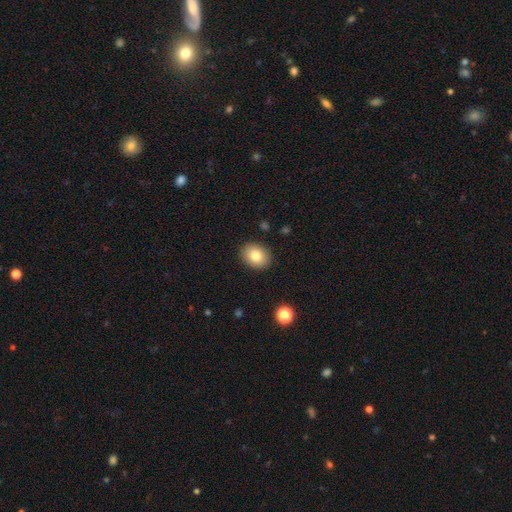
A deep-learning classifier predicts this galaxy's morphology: smooth-or-featured: smooth: 81% | featured or disk: 10% | star or artifact: 9%
  how-rounded: in between: 53% | round: 46% | cigar-shaped: 1%
  merging: none: 89% | minor disturbance: 7% | major disturbance: 2% | merger: 1%